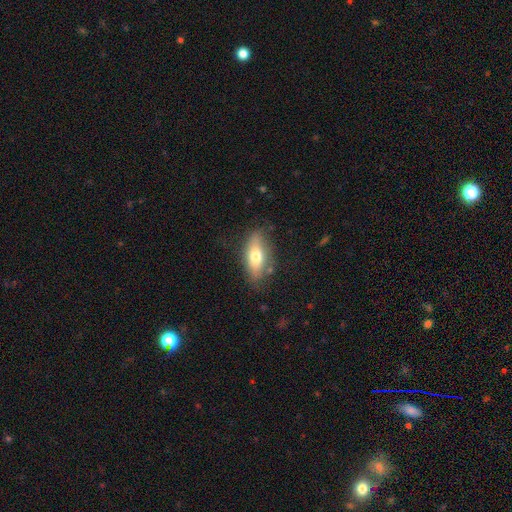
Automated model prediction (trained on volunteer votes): Smooth or featured? Predicted: smooth (p=0.67). How rounded? Predicted: in between (p=0.78). Merging? Predicted: none (p=0.74).